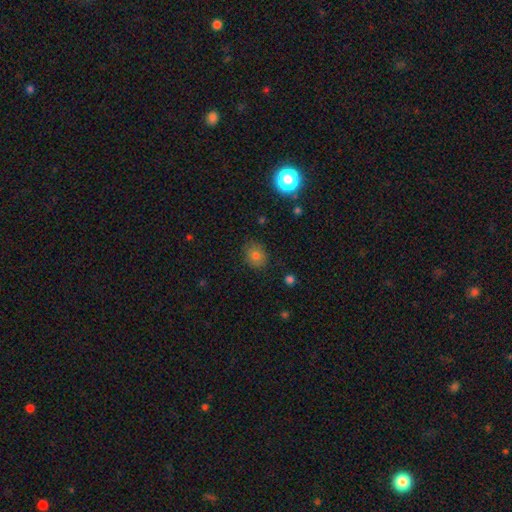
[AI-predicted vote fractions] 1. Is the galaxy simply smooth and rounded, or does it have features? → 79% smooth, 13% star or artifact, 8% featured or disk.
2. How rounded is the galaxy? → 62% round, 37% in between, 1% cigar-shaped.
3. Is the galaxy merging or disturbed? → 82% none, 13% minor disturbance, 3% major disturbance, 2% merger.